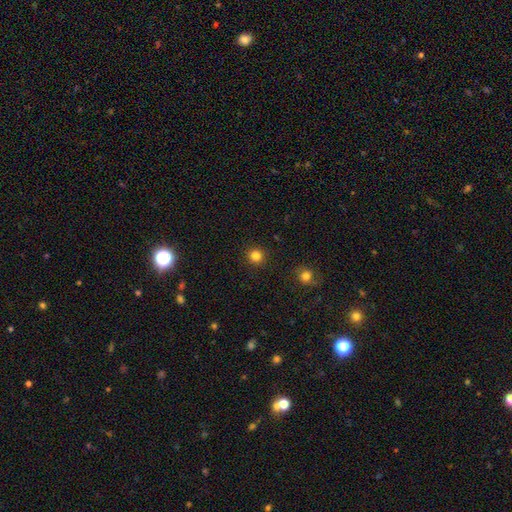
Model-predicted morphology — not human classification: smooth_or_featured: smooth (p=0.83) [alt: star or artifact p=0.13]
how_rounded: round (p=0.94) [alt: in between p=0.05]
merging: none (p=0.92) [alt: minor disturbance p=0.05]